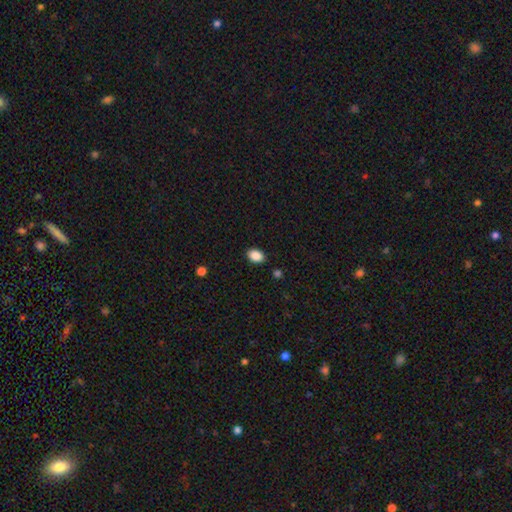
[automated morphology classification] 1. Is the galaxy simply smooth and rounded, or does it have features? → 88% smooth, 8% star or artifact, 3% featured or disk.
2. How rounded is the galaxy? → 78% in between, 21% round, 1% cigar-shaped.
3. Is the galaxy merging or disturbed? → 87% none, 9% minor disturbance, 2% major disturbance, 2% merger.